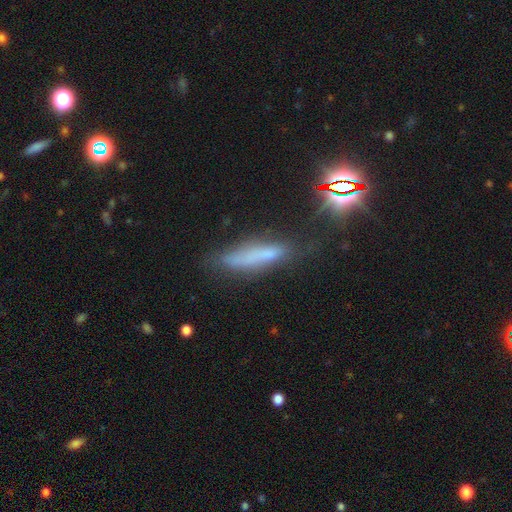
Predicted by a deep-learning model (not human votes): Q: Smooth or featured?
A: smooth (56%); runner-up: featured or disk (24%)
Q: How rounded?
A: cigar-shaped (82%); runner-up: in between (16%)
Q: Merging?
A: none (64%); runner-up: minor disturbance (24%)